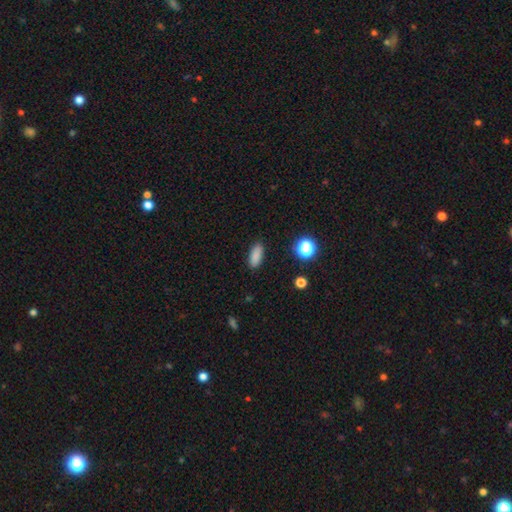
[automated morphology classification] A smooth galaxy with no disk features (86%) that is in between round and cigar-shaped (78%). Merging: none (89%).